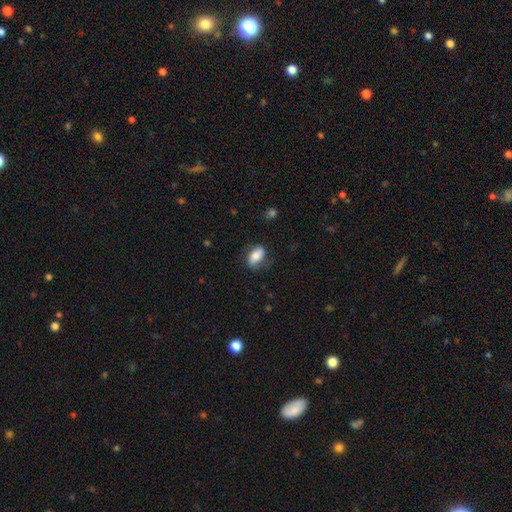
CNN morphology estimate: type=smooth (66%); roundness=in between (88%); merging=none (68%).